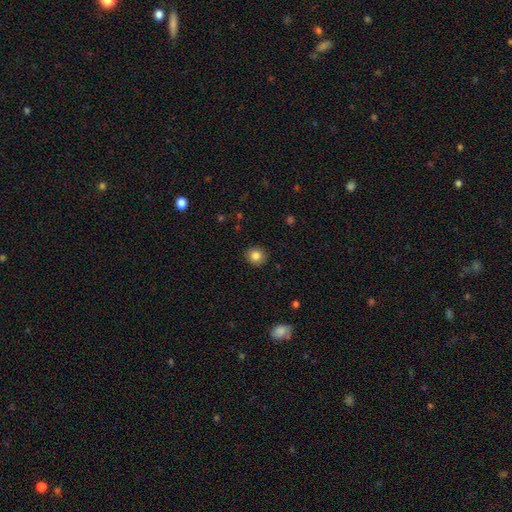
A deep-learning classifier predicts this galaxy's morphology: This is clearly a smooth galaxy (84%). How rounded: clearly round (83%). Merging: clearly none (89%).